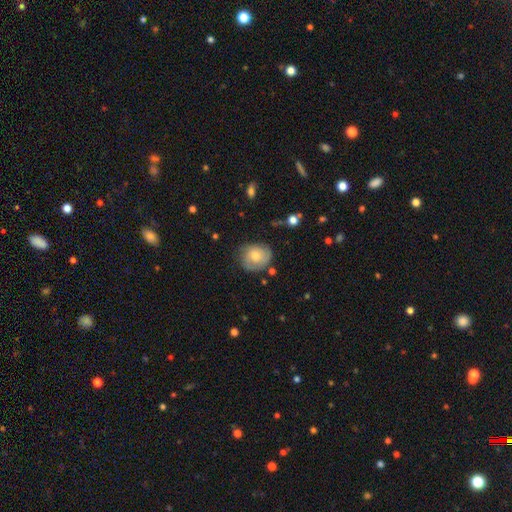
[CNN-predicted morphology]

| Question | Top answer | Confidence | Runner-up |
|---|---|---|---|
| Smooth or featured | smooth | 48% | featured or disk (45%) |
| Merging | none | 67% | minor disturbance (24%) |